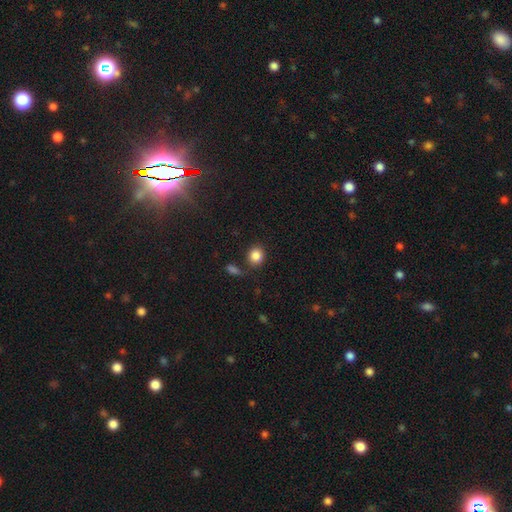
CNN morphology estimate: Smooth or featured? Predicted: smooth (p=0.86). How rounded? Predicted: round (p=0.73). Merging? Predicted: none (p=0.73).